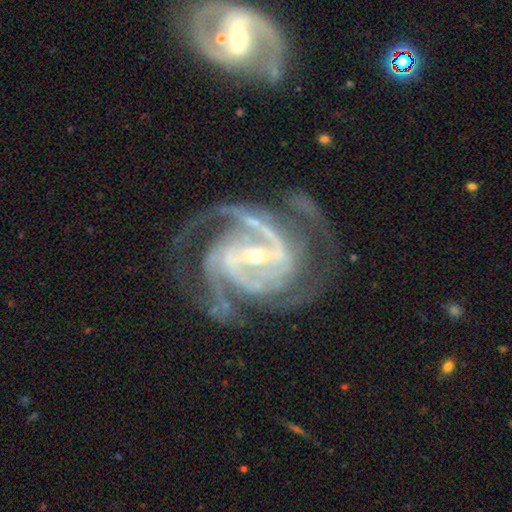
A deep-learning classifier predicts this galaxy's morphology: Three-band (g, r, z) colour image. It shows a featured or disk galaxy (93%) with a strong bar (54%), 3 (36%) tight (48%) spiral arms (98%) and a small central bulge (73%). Merging: none (66%).